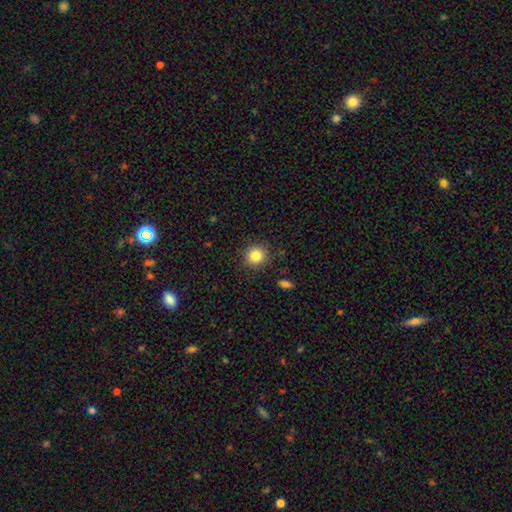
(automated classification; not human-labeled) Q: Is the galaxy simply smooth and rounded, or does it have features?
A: smooth — 83%.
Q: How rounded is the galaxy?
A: round — 92%.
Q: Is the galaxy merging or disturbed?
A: none — 90%.